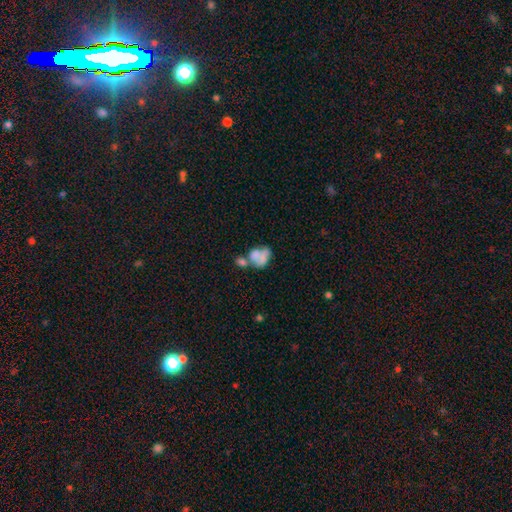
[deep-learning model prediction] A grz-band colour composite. It shows a smooth galaxy with no disk features (64%) that is in between round and cigar-shaped (68%). Merging: merger (52%).